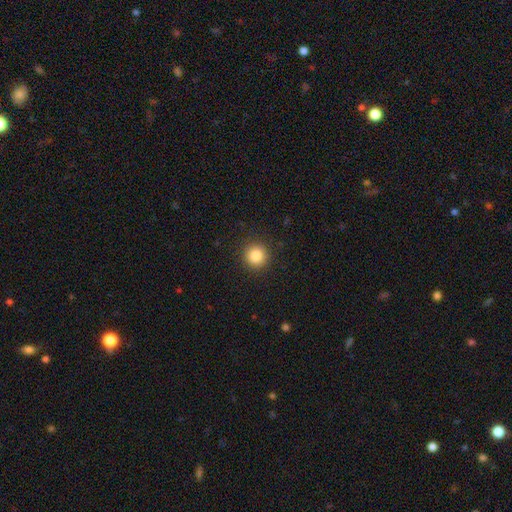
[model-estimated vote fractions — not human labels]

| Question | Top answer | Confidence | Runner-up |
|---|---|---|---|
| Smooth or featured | smooth | 85% | star or artifact (10%) |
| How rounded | round | 95% | in between (4%) |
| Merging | none | 92% | minor disturbance (5%) |